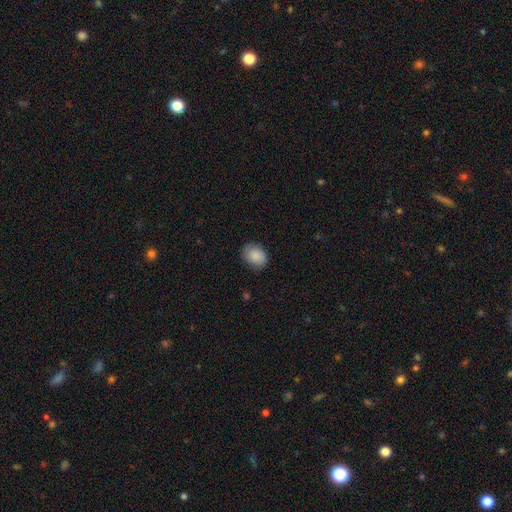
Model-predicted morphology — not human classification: This is clearly a smooth galaxy (87%). How rounded: likely in between (61%). Merging: clearly none (82%).